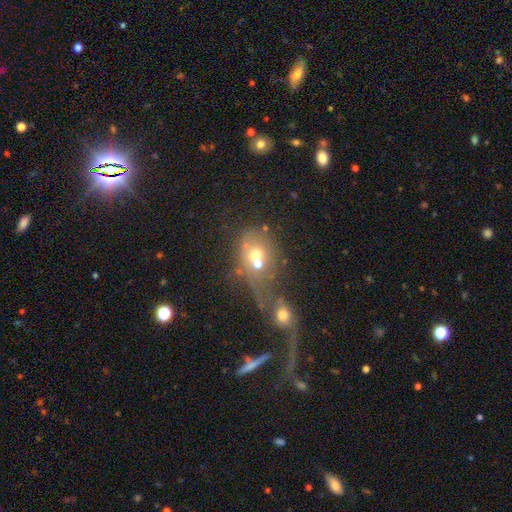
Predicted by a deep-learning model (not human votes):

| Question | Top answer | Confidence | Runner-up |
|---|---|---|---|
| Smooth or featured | smooth | 55% | featured or disk (30%) |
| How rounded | round | 60% | in between (39%) |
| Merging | merger | 63% | none (18%) |